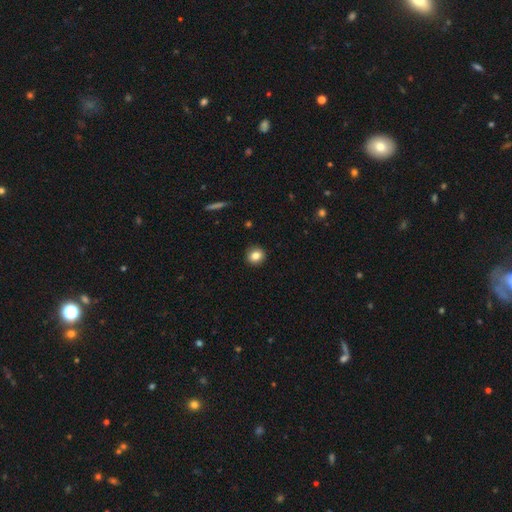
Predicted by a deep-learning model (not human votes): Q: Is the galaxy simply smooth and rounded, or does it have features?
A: smooth — 83%.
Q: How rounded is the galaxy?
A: round — 88%.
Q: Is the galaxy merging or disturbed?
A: none — 92%.